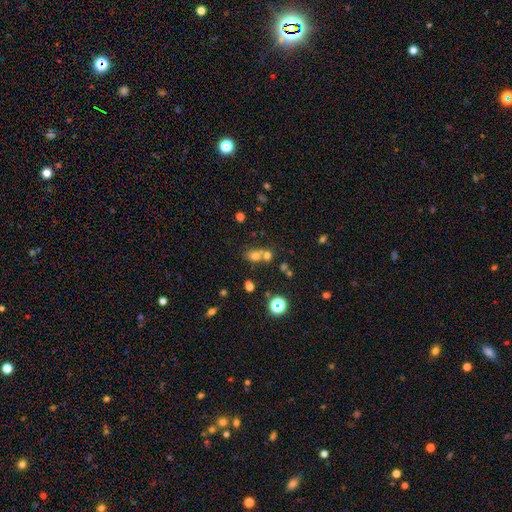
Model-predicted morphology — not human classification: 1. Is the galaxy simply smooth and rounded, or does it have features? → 64% smooth, 23% star or artifact, 13% featured or disk.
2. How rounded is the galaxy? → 72% round, 27% in between, 1% cigar-shaped.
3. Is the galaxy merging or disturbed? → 50% merger, 39% none, 7% minor disturbance, 4% major disturbance.